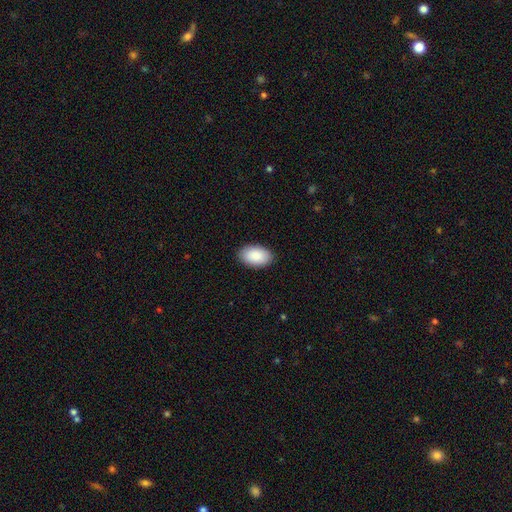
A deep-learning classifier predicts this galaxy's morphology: Smooth or featured?
  - smooth: 91% *
  - star or artifact: 6%
  - featured or disk: 4%
How rounded?
  - in between: 95% *
  - round: 4%
  - cigar-shaped: 1%
Merging?
  - none: 89% *
  - minor disturbance: 8%
  - major disturbance: 2%
  - merger: 1%